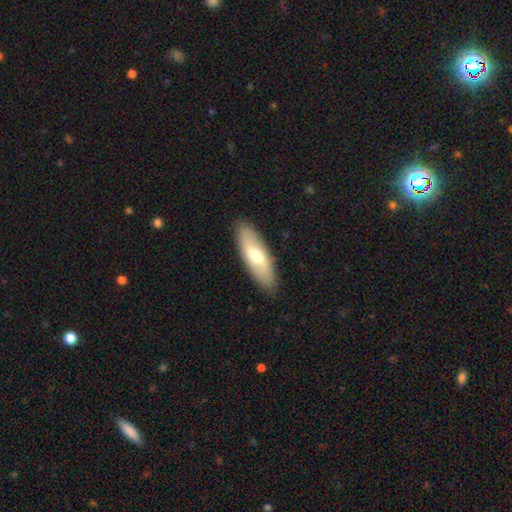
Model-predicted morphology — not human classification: Smooth or featured? smooth (58%)
How rounded? in between (60%)
Merging? none (89%)